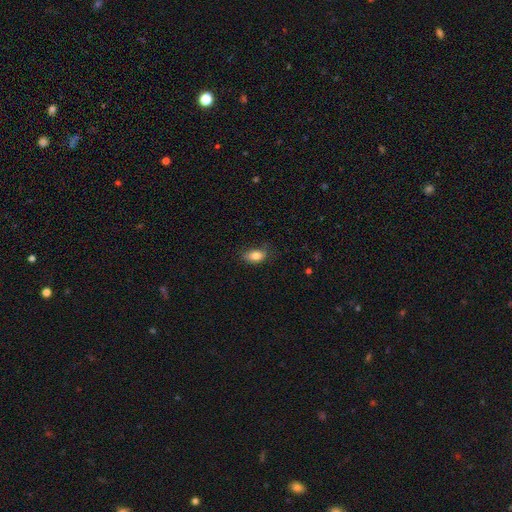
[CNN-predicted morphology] A smooth galaxy with no disk features (84%) that is in between round and cigar-shaped (88%).

Vote fractions:
- Smooth or featured? smooth: 84% / star or artifact: 8% / featured or disk: 8%
- How rounded? in between: 88% / round: 10% / cigar-shaped: 2%
- Merging? none: 71% / minor disturbance: 22% / major disturbance: 6% / merger: 1%